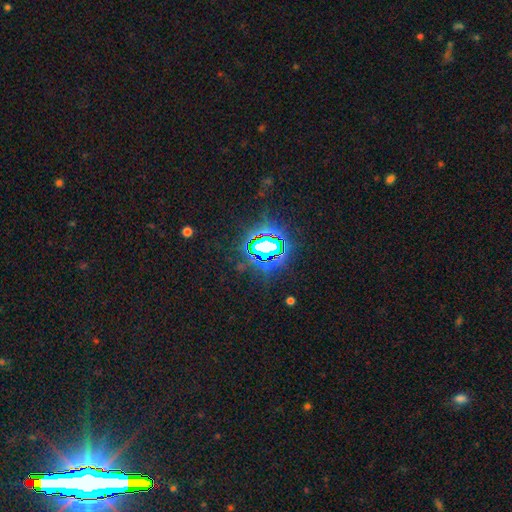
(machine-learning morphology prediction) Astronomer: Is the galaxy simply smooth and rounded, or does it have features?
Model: star or artifact — 84%.